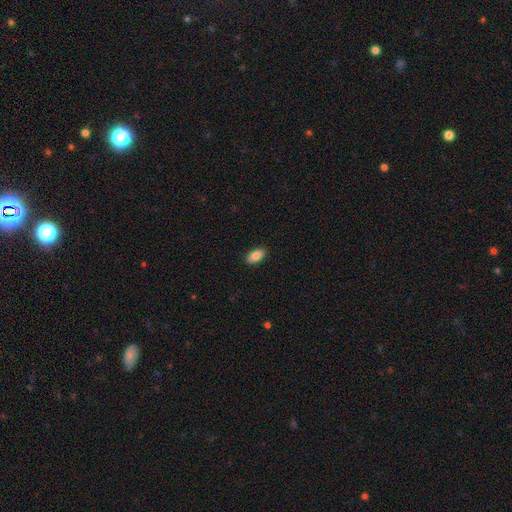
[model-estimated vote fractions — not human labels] smooth 86%, star or artifact 7%, featured or disk 7%. Down the decision tree: how rounded — in between (93%); merging — none (89%).